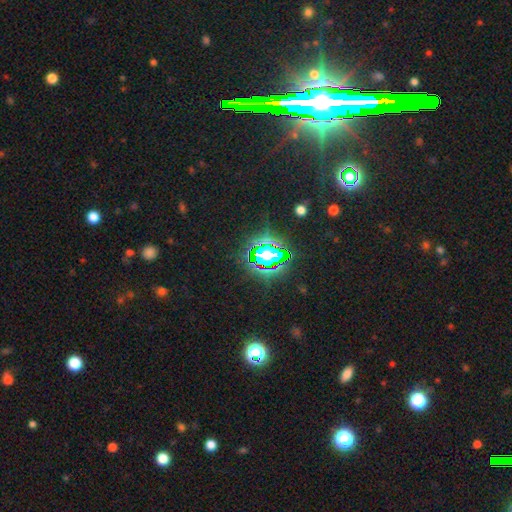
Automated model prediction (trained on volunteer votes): This appears to be a star or artifact, not a galaxy (82%).